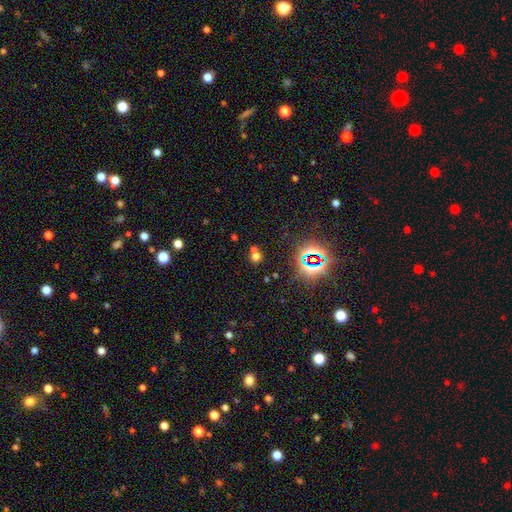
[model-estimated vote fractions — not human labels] This appears to be a smooth galaxy with no disk features (55%) that is round (85%). Merging: none (59%).